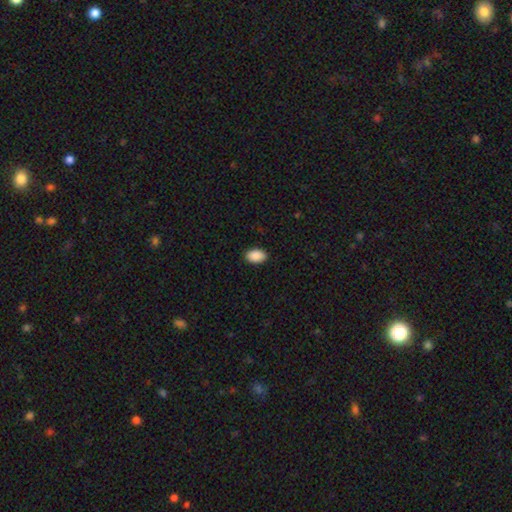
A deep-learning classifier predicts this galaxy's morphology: Smooth or featured? Predicted: smooth (p=0.90). How rounded? Predicted: in between (p=0.90). Merging? Predicted: none (p=0.90).